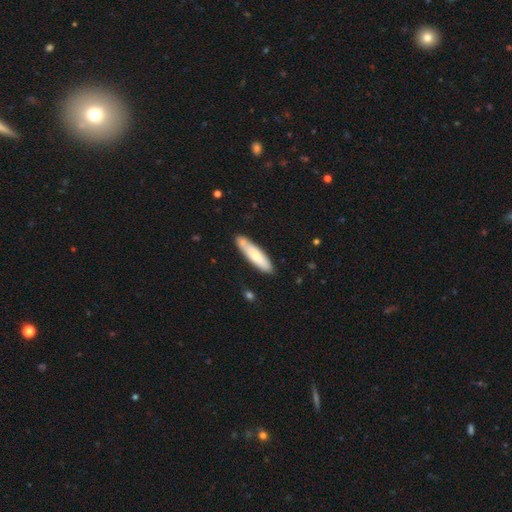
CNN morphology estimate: smooth_or_featured: smooth (p=0.71) [alt: featured or disk p=0.24]
how_rounded: cigar-shaped (p=0.75) [alt: in between p=0.24]
merging: none (p=0.78) [alt: minor disturbance p=0.13]